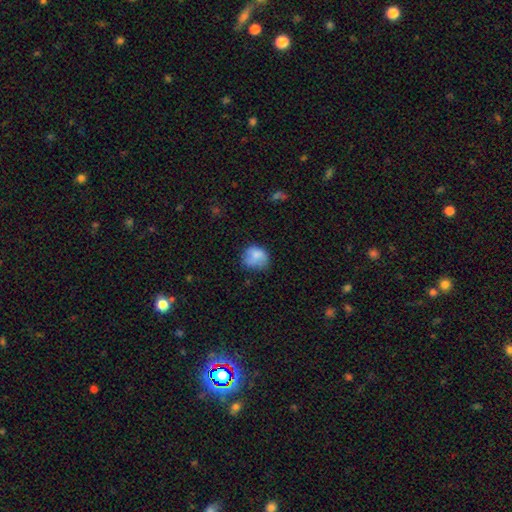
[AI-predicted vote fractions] Morphology: type=smooth (75%); roundness=round (64%); merging=none (51%).